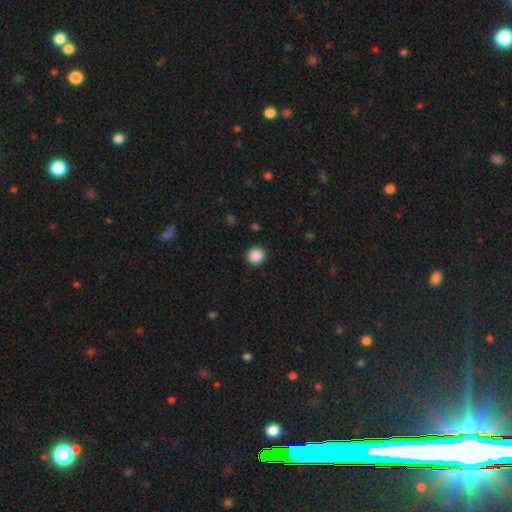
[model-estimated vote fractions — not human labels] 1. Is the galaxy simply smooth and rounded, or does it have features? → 88% smooth, 9% star or artifact, 2% featured or disk.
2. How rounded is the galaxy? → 91% round, 8% in between, 1% cigar-shaped.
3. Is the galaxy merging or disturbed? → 91% none, 6% minor disturbance, 2% major disturbance, 1% merger.